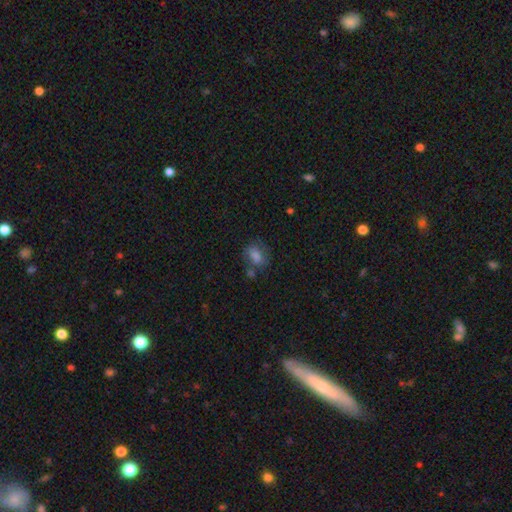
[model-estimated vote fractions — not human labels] Overall: smooth (70%). How rounded: in between (69%). Merging: none (60%).